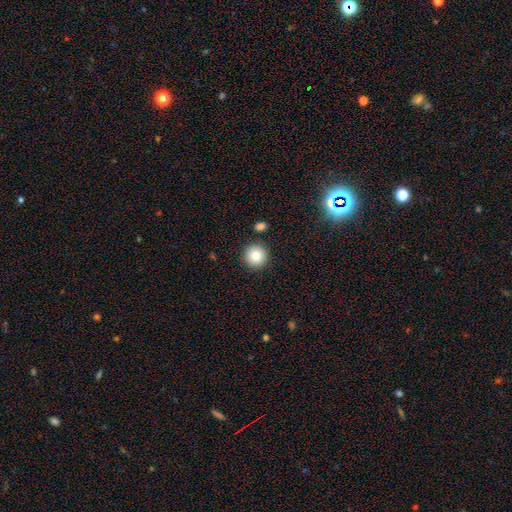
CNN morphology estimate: smooth_or_featured: smooth (p=0.82) [alt: star or artifact p=0.10]
how_rounded: round (p=0.95) [alt: in between p=0.04]
merging: none (p=0.89) [alt: minor disturbance p=0.06]